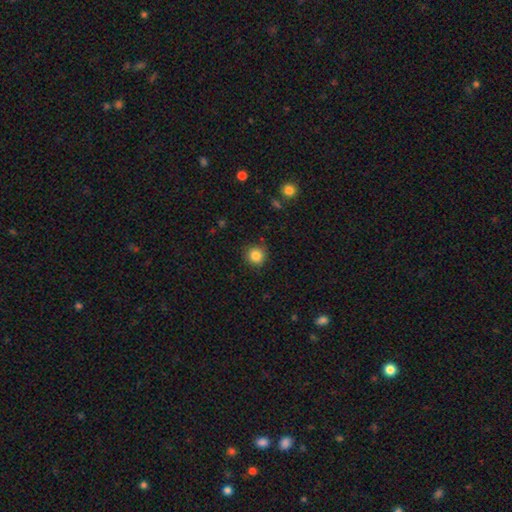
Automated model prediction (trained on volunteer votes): A smooth galaxy with no disk features (85%) that is round (93%).

Vote fractions:
- Smooth or featured? smooth: 85% / star or artifact: 11% / featured or disk: 4%
- How rounded? round: 93% / in between: 6% / cigar-shaped: 1%
- Merging? none: 86% / minor disturbance: 10% / major disturbance: 2% / merger: 1%